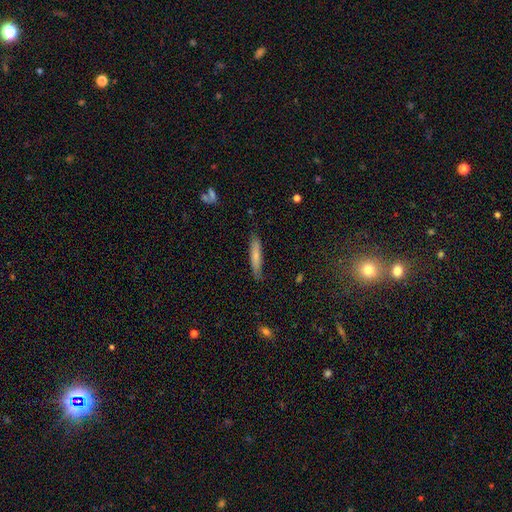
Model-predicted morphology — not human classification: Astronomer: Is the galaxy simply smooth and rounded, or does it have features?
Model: smooth — 71%.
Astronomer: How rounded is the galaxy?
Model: cigar-shaped — 87%.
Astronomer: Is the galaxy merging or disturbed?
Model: none — 78%.